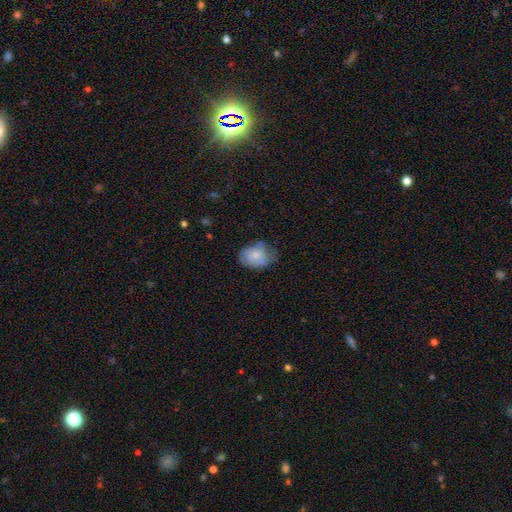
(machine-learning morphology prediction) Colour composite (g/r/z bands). It shows a smooth galaxy with no disk features (73%) that is in between round and cigar-shaped (71%). Merging: none (55%).